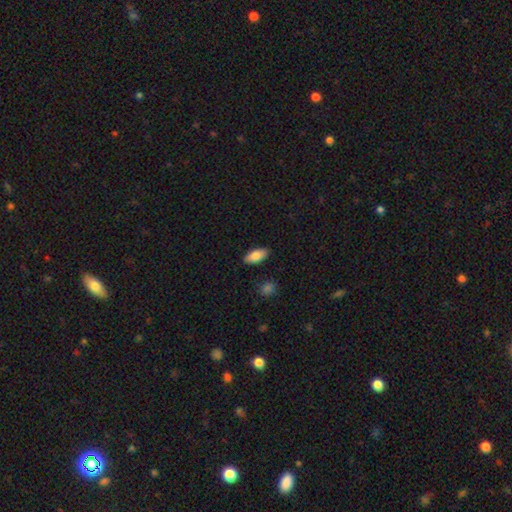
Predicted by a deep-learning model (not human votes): This appears to be a smooth galaxy with no disk features (83%) that is in between round and cigar-shaped (89%). Merging: none (87%).